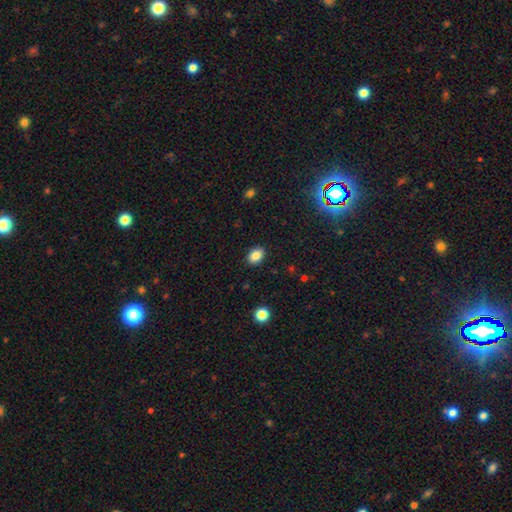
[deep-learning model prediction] smooth 85%, star or artifact 10%, featured or disk 6%. Down the decision tree: how rounded — in between (72%); merging — none (90%).